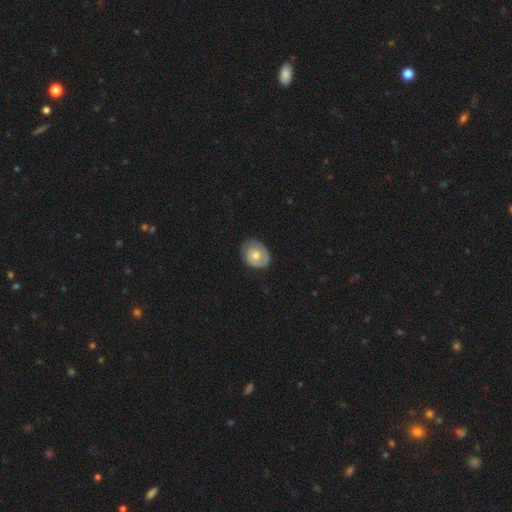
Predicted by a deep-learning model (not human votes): The model was most divided on "how rounded": in between: 53%, round: 46%, cigar-shaped: 1%. More confident: merging — none (62%); smooth or featured — smooth (60%).